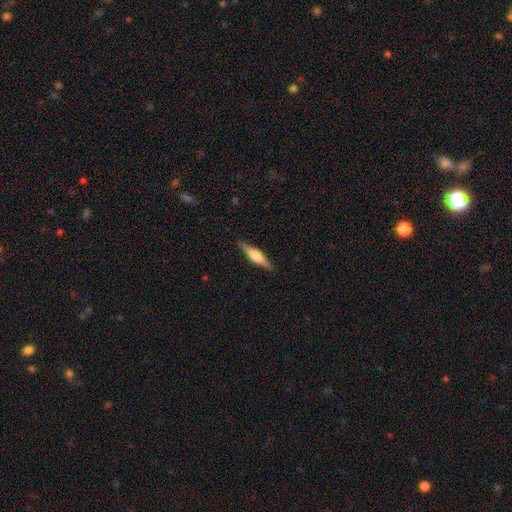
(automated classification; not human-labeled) Smooth or featured? Predicted: featured or disk (p=0.57). Edge-on disk? Predicted: yes (p=0.97). Edge-on bulge? Predicted: rounded (p=0.79). Merging? Predicted: none (p=0.89).